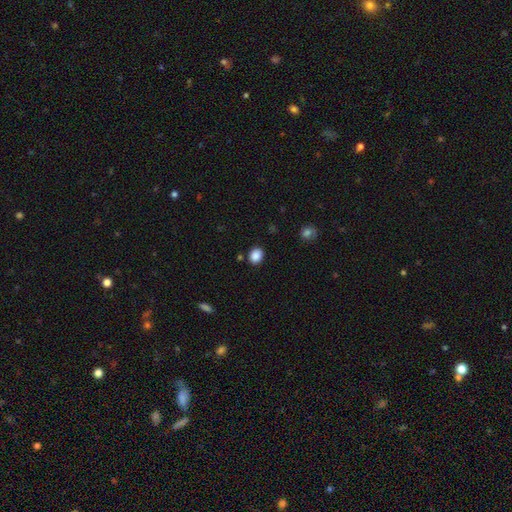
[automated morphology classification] Smooth or featured? Predicted: smooth (p=0.87). How rounded? Predicted: round (p=0.57). Merging? Predicted: none (p=0.85).